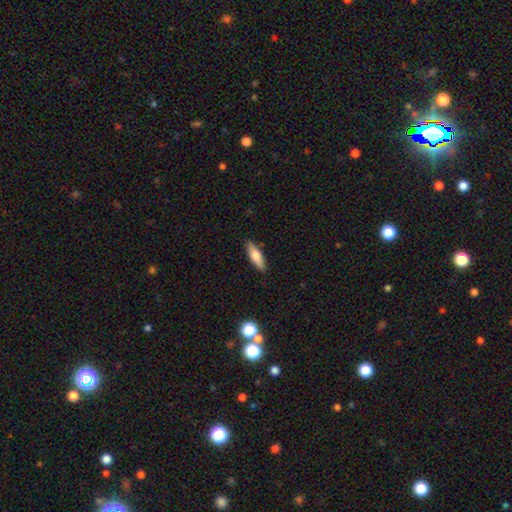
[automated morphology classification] A smooth galaxy with no disk features (64%) that is cigar-shaped (55%). Merging: none (88%).